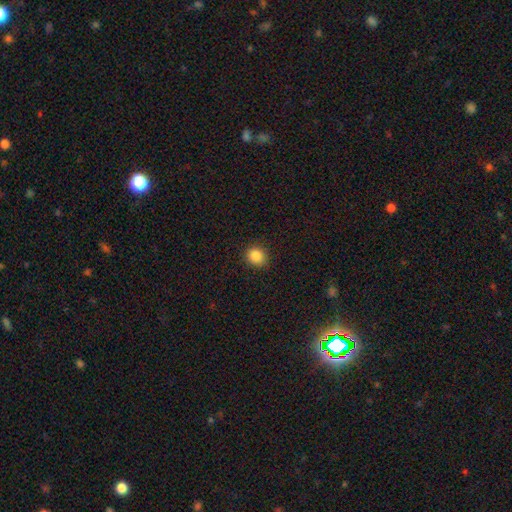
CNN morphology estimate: type=smooth (86%); roundness=round (80%); merging=none (88%).